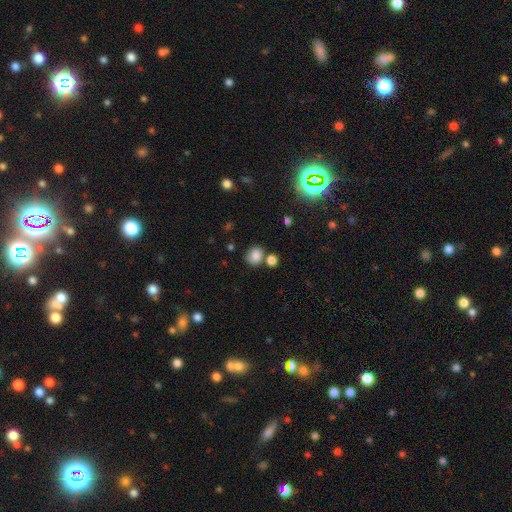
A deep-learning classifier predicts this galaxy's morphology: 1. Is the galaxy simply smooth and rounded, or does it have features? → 80% smooth, 11% star or artifact, 9% featured or disk.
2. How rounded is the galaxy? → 72% round, 27% in between, 1% cigar-shaped.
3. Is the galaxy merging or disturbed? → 56% none, 21% merger, 17% minor disturbance, 6% major disturbance.